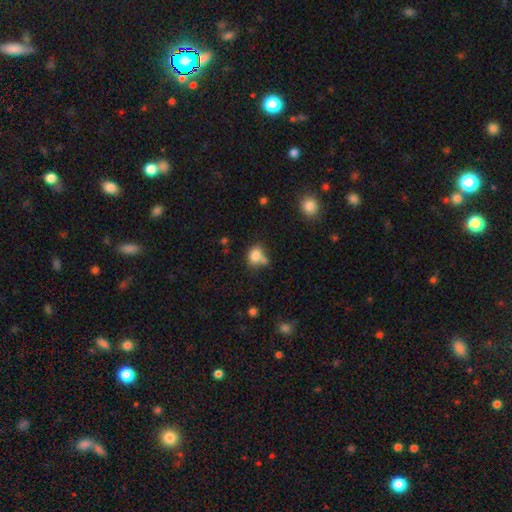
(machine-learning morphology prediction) Smooth or featured? smooth (81%)
How rounded? in between (52%)
Merging? none (46%)